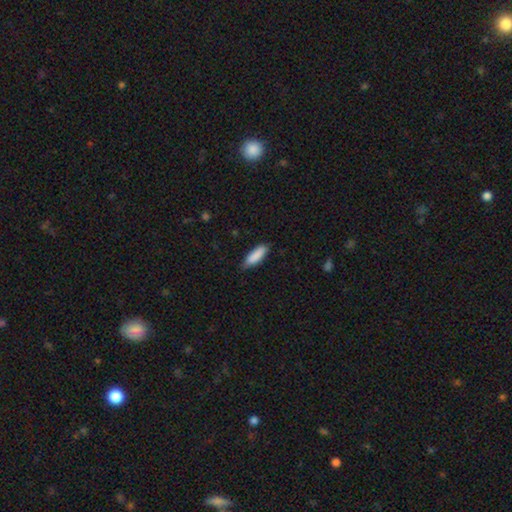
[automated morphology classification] A smooth galaxy with no disk features (88%) that is in between round and cigar-shaped (52%). Merging: none (77%).